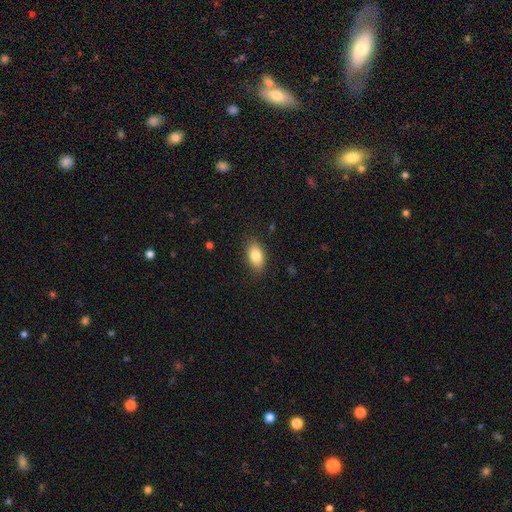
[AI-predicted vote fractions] Overall: smooth (83%). How rounded: in between (89%). Merging: none (86%).